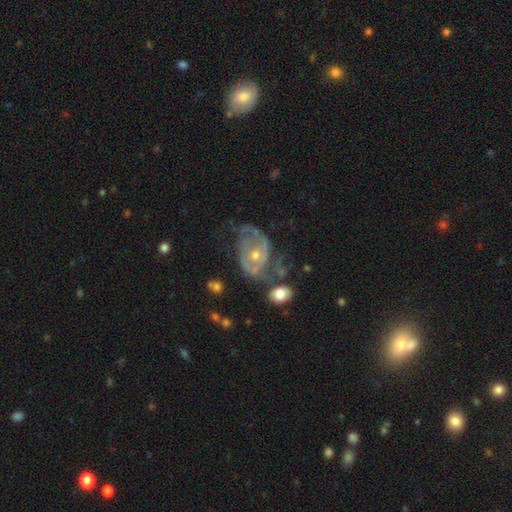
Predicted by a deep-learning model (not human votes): featured or disk 83%, star or artifact 10%, smooth 7%. Down the decision tree: edge-on disk — no (97%); bar — no (63%); spiral arms — yes (94%); spiral arm count — 2 (53%); spiral winding — tight (52%); bulge size — small (57%); merging — none (59%).